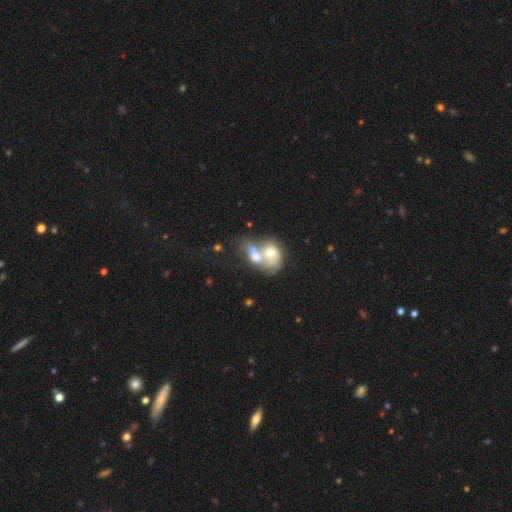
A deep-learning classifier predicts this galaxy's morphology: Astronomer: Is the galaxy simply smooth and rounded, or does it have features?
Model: smooth — 54% (runner-up: featured or disk, 39%).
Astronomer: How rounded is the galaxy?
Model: in between — 68%.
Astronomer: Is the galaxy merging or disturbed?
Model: merger — 81%.